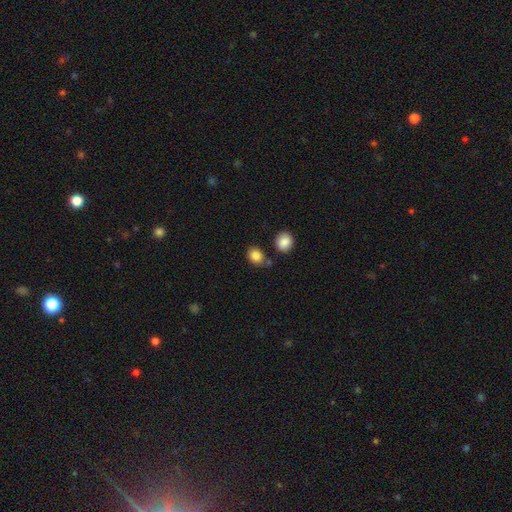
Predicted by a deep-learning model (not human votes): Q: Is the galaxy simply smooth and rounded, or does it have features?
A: smooth — 85%.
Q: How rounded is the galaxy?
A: round — 50%.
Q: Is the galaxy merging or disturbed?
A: none — 71%.